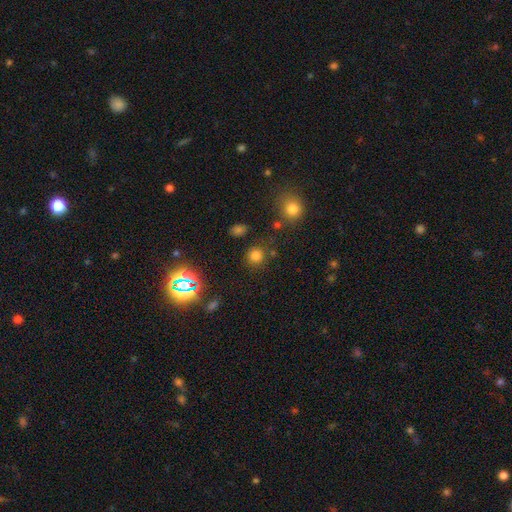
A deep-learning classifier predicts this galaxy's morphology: smooth_or_featured: smooth (p=0.75) [alt: star or artifact p=0.20]
how_rounded: round (p=0.90) [alt: in between p=0.09]
merging: none (p=0.82) [alt: minor disturbance p=0.09]